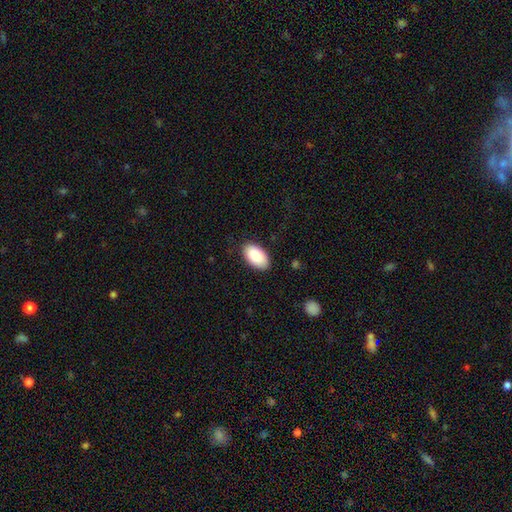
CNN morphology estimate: A smooth galaxy with no disk features (89%) that is in between round and cigar-shaped (96%). Merging: none (86%).